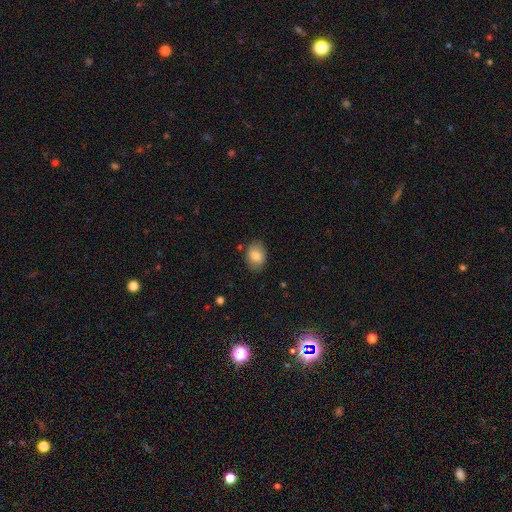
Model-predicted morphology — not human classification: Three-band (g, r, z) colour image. It shows a smooth galaxy with no disk features (82%) that is in between round and cigar-shaped (73%). Merging: none (80%).